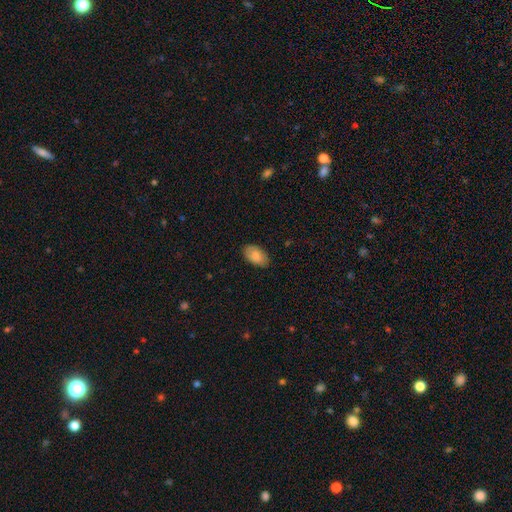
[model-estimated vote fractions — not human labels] smooth_or_featured: smooth (p=0.82) [alt: featured or disk p=0.12]
how_rounded: in between (p=0.94) [alt: round p=0.05]
merging: none (p=0.83) [alt: minor disturbance p=0.14]